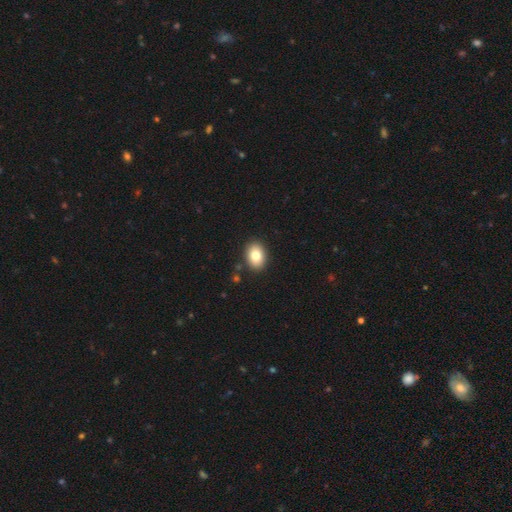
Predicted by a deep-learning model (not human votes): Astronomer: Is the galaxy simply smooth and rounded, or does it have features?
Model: smooth — 82%.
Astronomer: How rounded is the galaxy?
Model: in between — 77%.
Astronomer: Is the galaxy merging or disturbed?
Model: none — 89%.